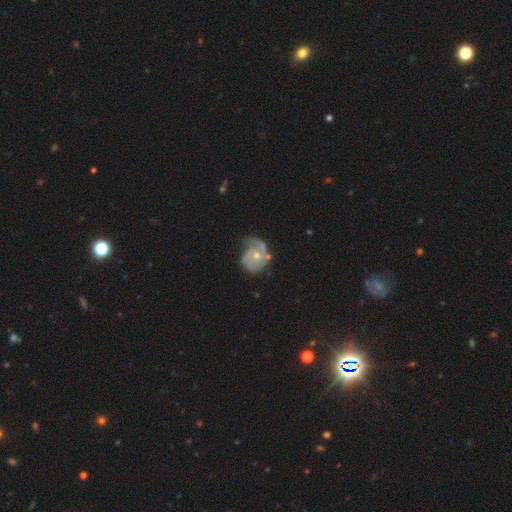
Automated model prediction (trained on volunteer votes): Smooth or featured?
  - featured or disk: 76% *
  - smooth: 19%
  - star or artifact: 6%
Edge-on disk?
  - no: 98% *
  - yes: 2%
Bar?
  - no: 76% *
  - weak: 21%
  - strong: 3%
Spiral arms?
  - yes: 88% *
  - no: 12%
Spiral winding?
  - tight: 40% *
  - medium: 37%
  - loose: 22%
Spiral arm count?
  - 2: 39% *
  - 1: 36%
  - can't tell: 16%
  - 3: 7%
  - 4: 2%
  - more than 4: 2%
Bulge size?
  - small: 50% *
  - moderate: 46%
  - none: 2%
  - large: 2%
  - dominant: 1%
Merging?
  - none: 42% *
  - minor disturbance: 30%
  - major disturbance: 23%
  - merger: 5%